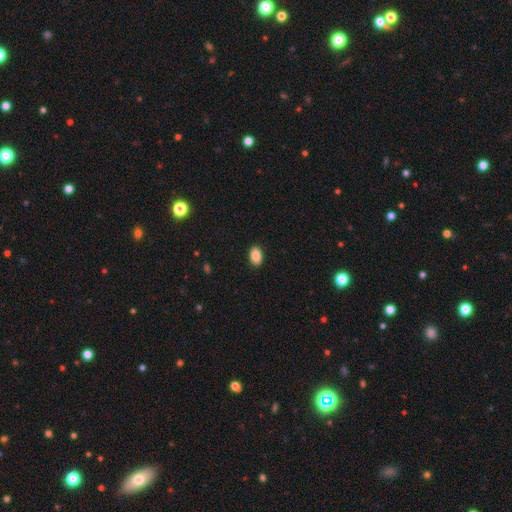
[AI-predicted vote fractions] Smooth or featured? Predicted: smooth (p=0.89). How rounded? Predicted: in between (p=0.89). Merging? Predicted: none (p=0.90).